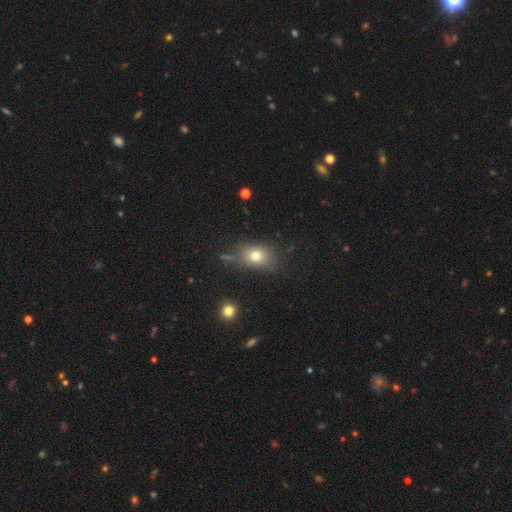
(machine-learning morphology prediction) smooth 74%, star or artifact 14%, featured or disk 12%. Down the decision tree: how rounded — in between (64%); merging — none (68%).